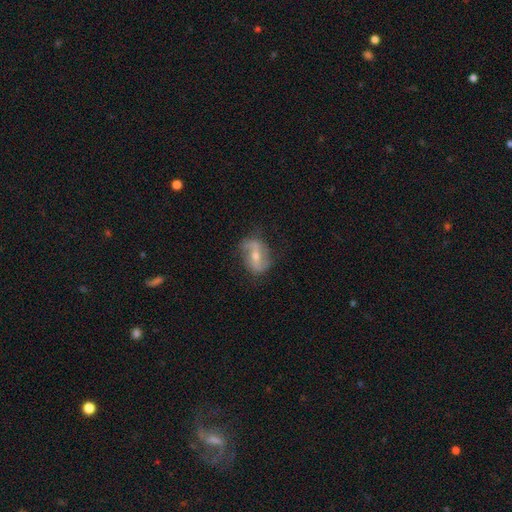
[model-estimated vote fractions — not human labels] Morphology: type=featured or disk (77%); edge-on=no (95%); bar=strong (37%, tied with weak); spiral arms=yes (88%); winding=loose (54%); arm count=2 (87%); bulge=moderate (54%); merging=none (74%).